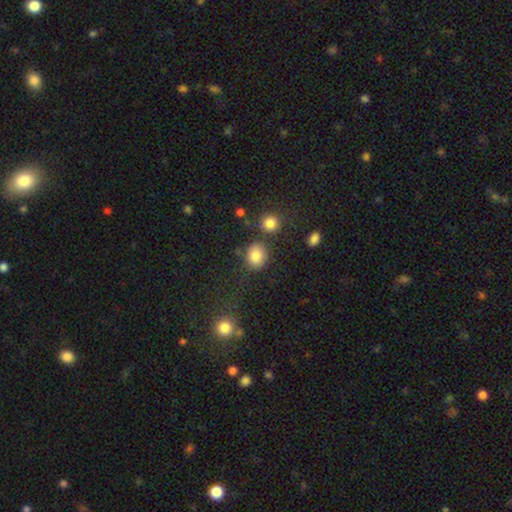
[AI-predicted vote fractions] Morphology: type=smooth (84%); roundness=round (64%); merging=none (74%).